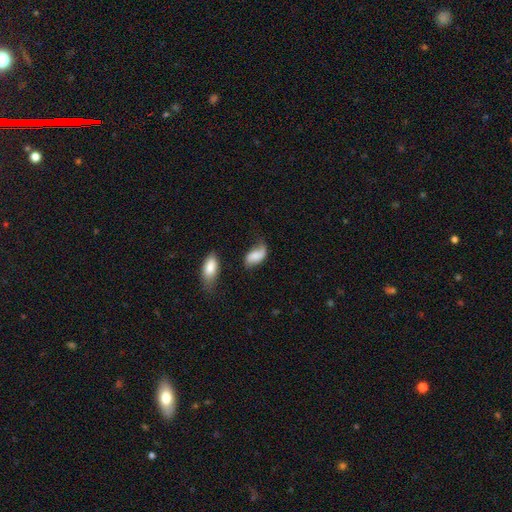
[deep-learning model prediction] Q: Smooth or featured?
A: smooth (64%); runner-up: featured or disk (28%)
Q: How rounded?
A: in between (91%); runner-up: round (5%)
Q: Merging?
A: none (40%); runner-up: minor disturbance (36%)